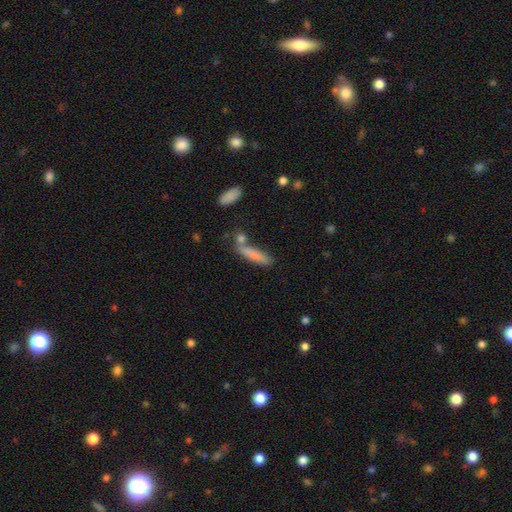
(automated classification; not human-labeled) This appears to be a smooth galaxy with no disk features (78%) that is cigar-shaped (83%). Merging: none (66%).